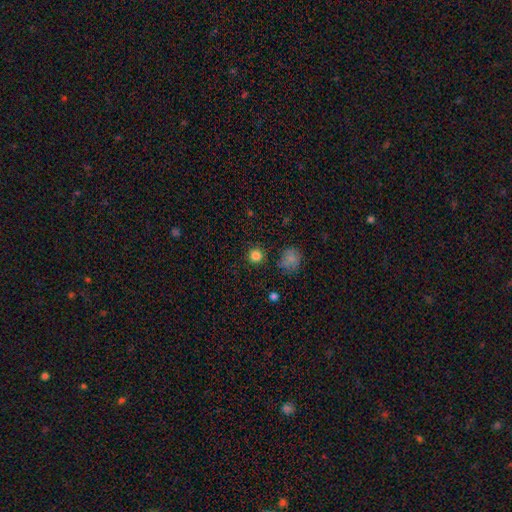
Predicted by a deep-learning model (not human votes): Smooth or featured: smooth — 83% (star or artifact — 13%)
How rounded: round — 93% (in between — 6%)
Merging: none — 88% (minor disturbance — 8%)